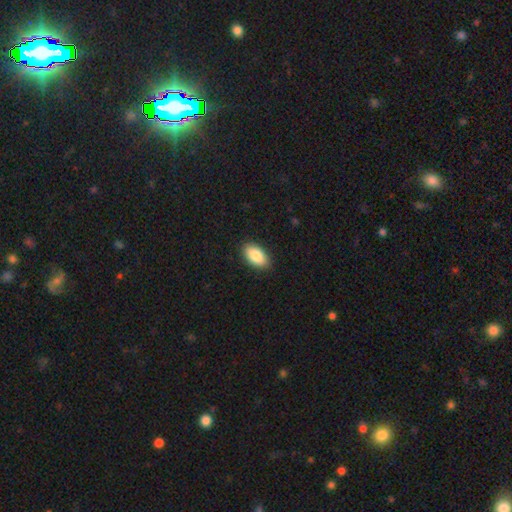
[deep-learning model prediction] Overall: smooth (86%). How rounded: in between (94%). Merging: none (89%).